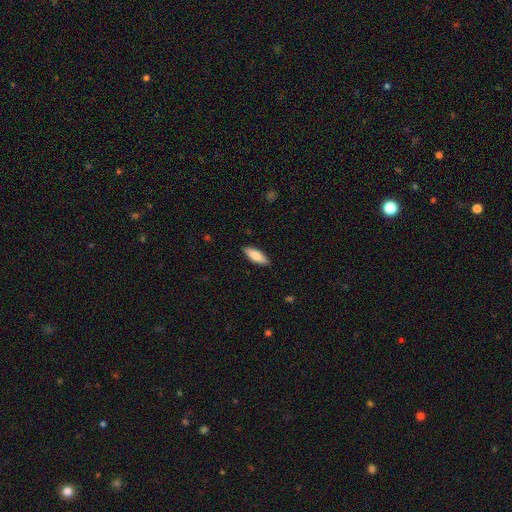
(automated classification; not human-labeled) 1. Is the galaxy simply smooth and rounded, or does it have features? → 80% smooth, 14% featured or disk, 6% star or artifact.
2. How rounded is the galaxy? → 62% in between, 36% cigar-shaped, 2% round.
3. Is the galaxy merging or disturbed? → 88% none, 9% minor disturbance, 2% major disturbance, 1% merger.